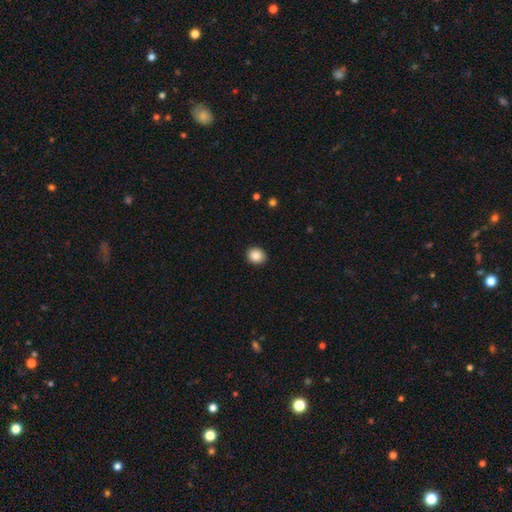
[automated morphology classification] Q: Smooth or featured?
A: smooth (88%); runner-up: star or artifact (9%)
Q: How rounded?
A: round (76%); runner-up: in between (23%)
Q: Merging?
A: none (91%); runner-up: minor disturbance (7%)